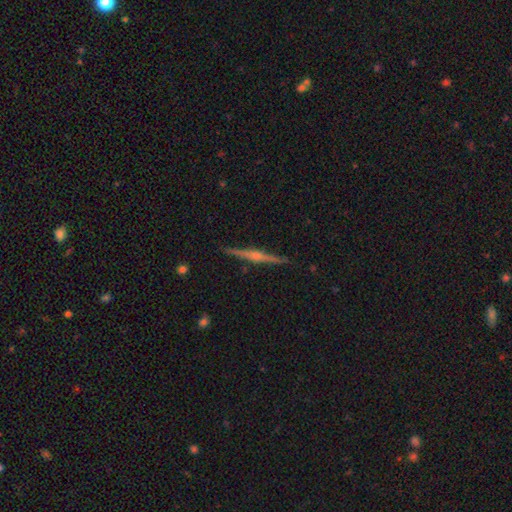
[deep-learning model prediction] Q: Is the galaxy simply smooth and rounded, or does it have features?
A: featured or disk — 80%.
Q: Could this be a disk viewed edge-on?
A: yes — 99%.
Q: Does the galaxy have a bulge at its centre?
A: rounded — 74%.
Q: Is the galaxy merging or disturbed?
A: none — 91%.